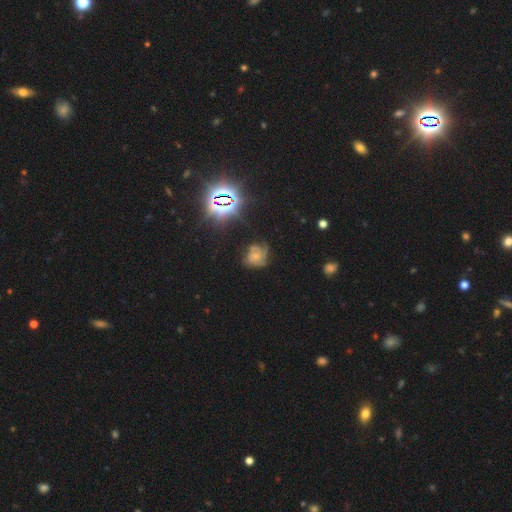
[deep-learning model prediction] smooth_or_featured: featured or disk (p=0.58) [alt: star or artifact p=0.22]
disk_edge_on: no (p=0.97) [alt: yes p=0.03]
bar: no (p=0.82) [alt: weak p=0.14]
has_spiral_arms: yes (p=0.87) [alt: no p=0.13]
bulge_size: small (p=0.60) [alt: moderate p=0.31]
merging: none (p=0.55) [alt: minor disturbance p=0.25]